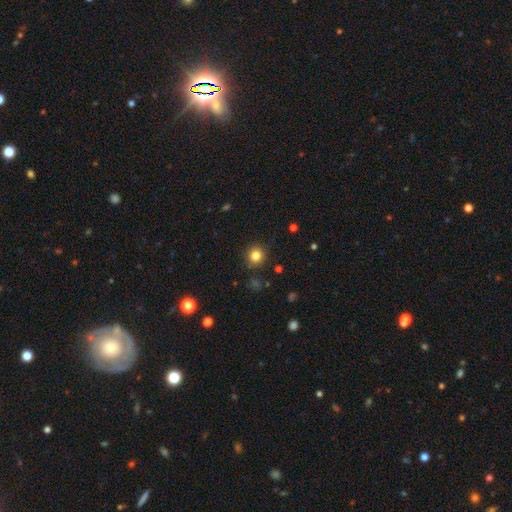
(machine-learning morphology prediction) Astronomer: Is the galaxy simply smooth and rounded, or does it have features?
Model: smooth — 82%.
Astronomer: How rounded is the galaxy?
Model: round — 90%.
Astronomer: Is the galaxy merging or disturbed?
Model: none — 89%.